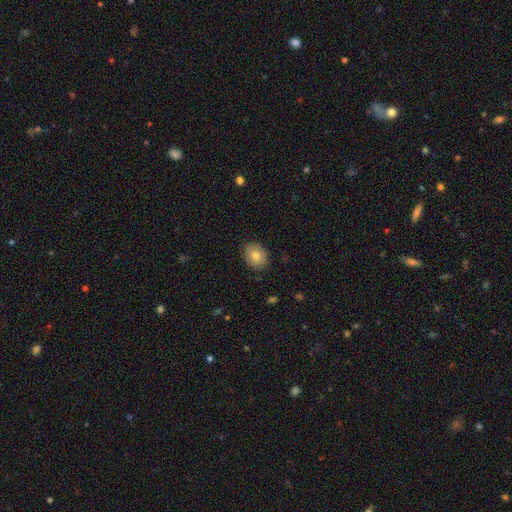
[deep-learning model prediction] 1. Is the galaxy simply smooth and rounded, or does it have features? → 79% smooth, 13% featured or disk, 8% star or artifact.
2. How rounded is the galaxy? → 51% in between, 48% round, 1% cigar-shaped.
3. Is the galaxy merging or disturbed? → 87% none, 10% minor disturbance, 2% major disturbance, 1% merger.